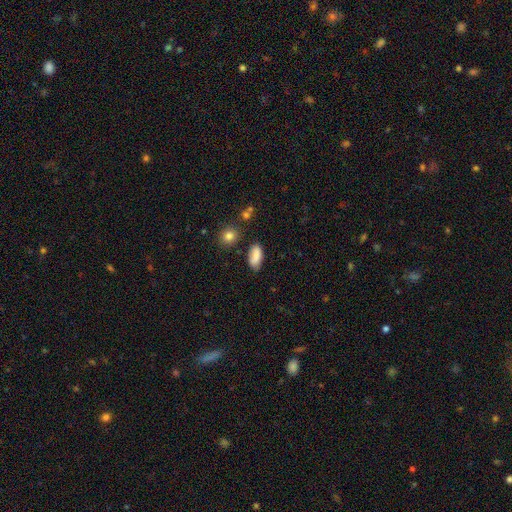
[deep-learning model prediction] smooth 85%, star or artifact 8%, featured or disk 7%. Down the decision tree: how rounded — in between (88%); merging — none (75%).